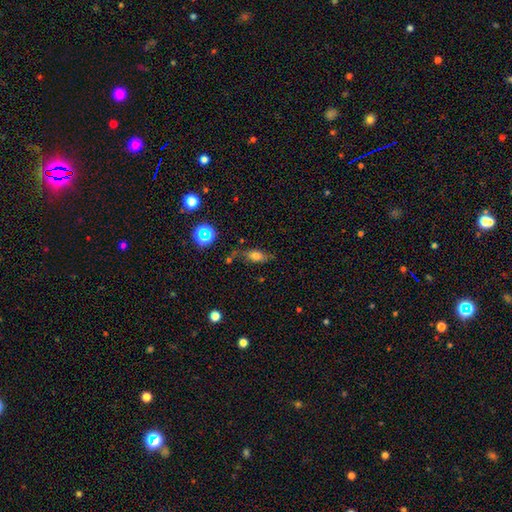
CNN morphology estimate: smooth_or_featured: smooth (p=0.64) [alt: featured or disk p=0.22]
how_rounded: in between (p=0.77) [alt: cigar-shaped p=0.12]
merging: none (p=0.57) [alt: minor disturbance p=0.23]